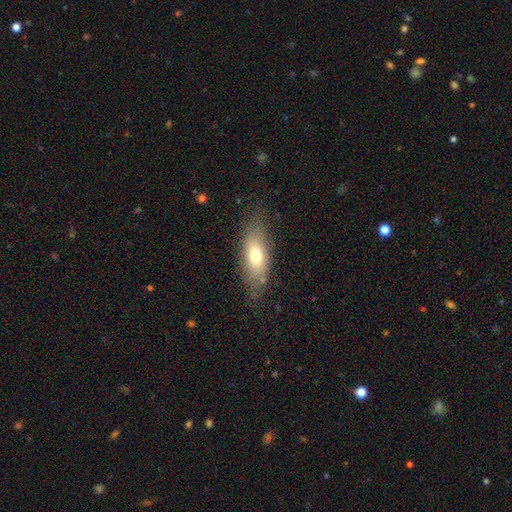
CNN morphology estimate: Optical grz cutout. It shows a smooth galaxy with no disk features (70%) that is in between round and cigar-shaped (73%). Merging: none (74%).